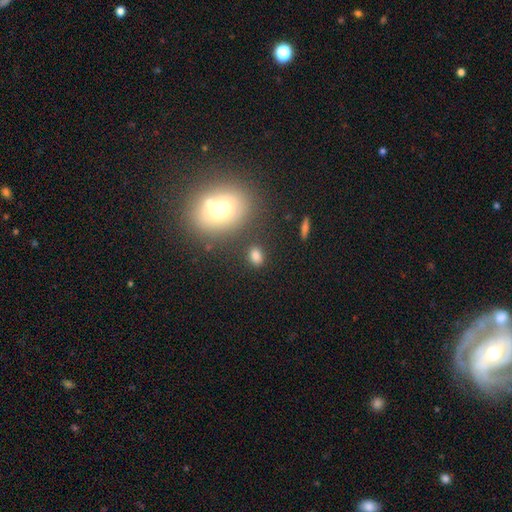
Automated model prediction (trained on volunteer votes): This appears to be a smooth galaxy with no disk features (82%) that is in between round and cigar-shaped (72%). Merging: none (77%).